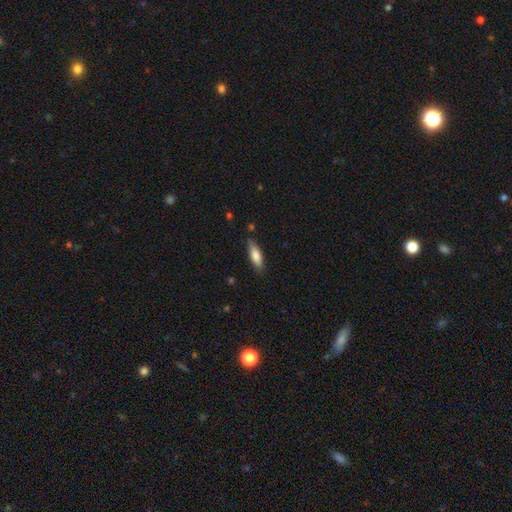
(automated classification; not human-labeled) Smooth or featured?
  - smooth: 74% *
  - featured or disk: 20%
  - star or artifact: 6%
How rounded?
  - in between: 50% *
  - cigar-shaped: 48%
  - round: 2%
Merging?
  - none: 81% *
  - minor disturbance: 15%
  - major disturbance: 3%
  - merger: 2%